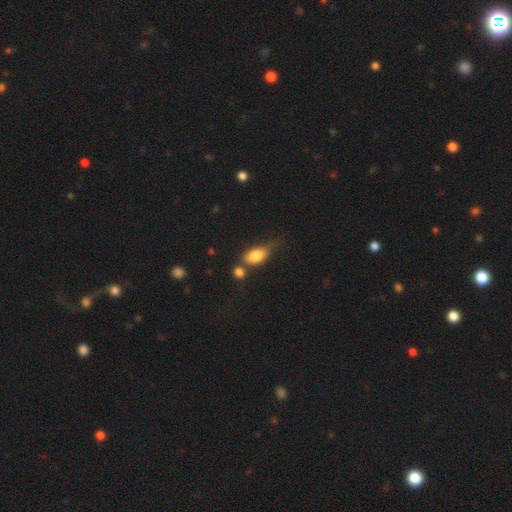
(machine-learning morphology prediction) A smooth galaxy with no disk features (80%) that is in between round and cigar-shaped (86%). Merging: none (36%).